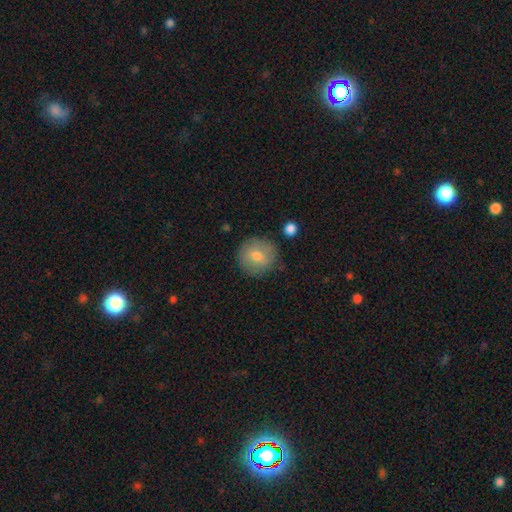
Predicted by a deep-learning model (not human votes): Smooth or featured?
  - smooth: 73% *
  - featured or disk: 19%
  - star or artifact: 8%
How rounded?
  - round: 92% *
  - in between: 7%
  - cigar-shaped: 1%
Merging?
  - none: 83% *
  - minor disturbance: 12%
  - major disturbance: 3%
  - merger: 2%